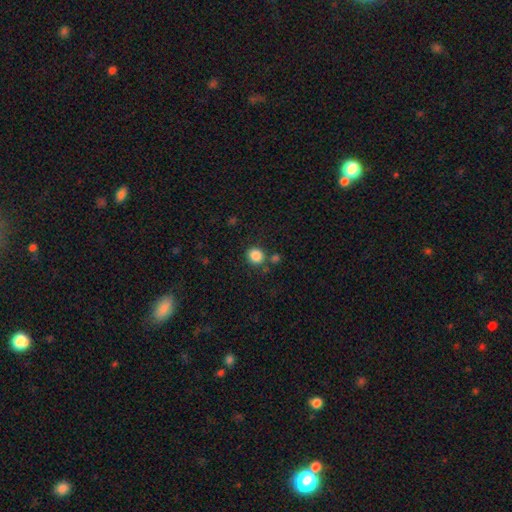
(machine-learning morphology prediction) A smooth galaxy with no disk features (86%) that is round (83%).

Vote fractions:
- Smooth or featured? smooth: 86% / star or artifact: 10% / featured or disk: 4%
- How rounded? round: 83% / in between: 16% / cigar-shaped: 1%
- Merging? none: 77% / minor disturbance: 10% / merger: 9% / major disturbance: 4%